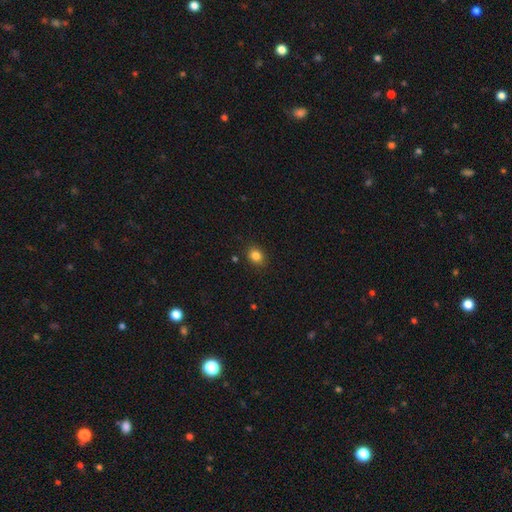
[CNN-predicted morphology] The model was most divided on "how rounded": round: 54%, in between: 45%, cigar-shaped: 1%. More confident: merging — none (87%); smooth or featured — smooth (84%).